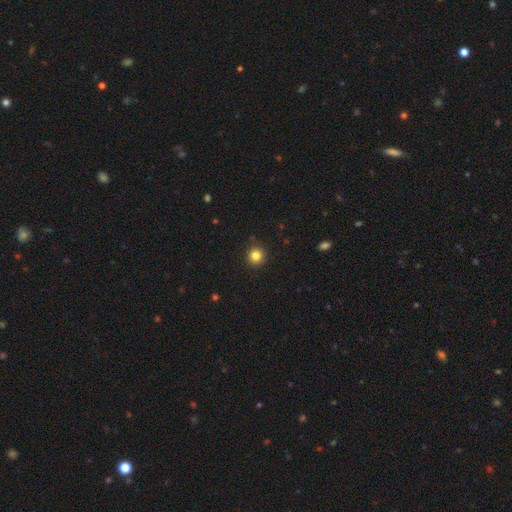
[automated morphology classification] Smooth or featured? smooth (83%)
How rounded? round (95%)
Merging? none (92%)